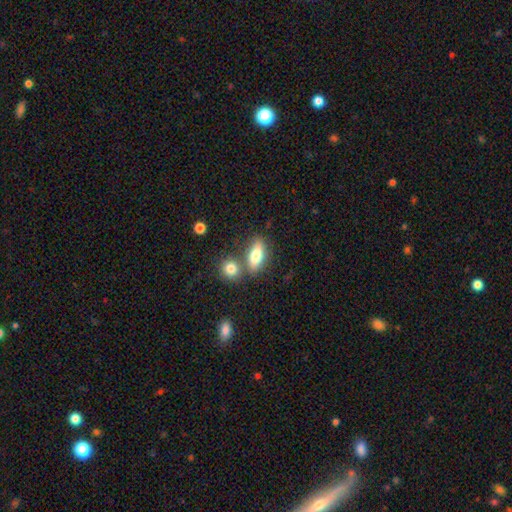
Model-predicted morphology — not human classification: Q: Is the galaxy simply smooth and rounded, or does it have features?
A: smooth — 74%.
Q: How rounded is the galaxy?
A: in between — 76%.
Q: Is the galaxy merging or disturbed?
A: none — 62%.